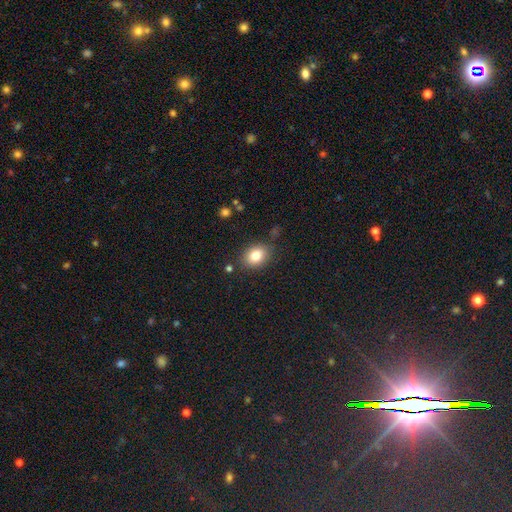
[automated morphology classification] Smooth or featured?
  - smooth: 82% *
  - star or artifact: 9%
  - featured or disk: 9%
How rounded?
  - in between: 66% *
  - round: 33%
  - cigar-shaped: 1%
Merging?
  - none: 81% *
  - minor disturbance: 13%
  - major disturbance: 3%
  - merger: 3%